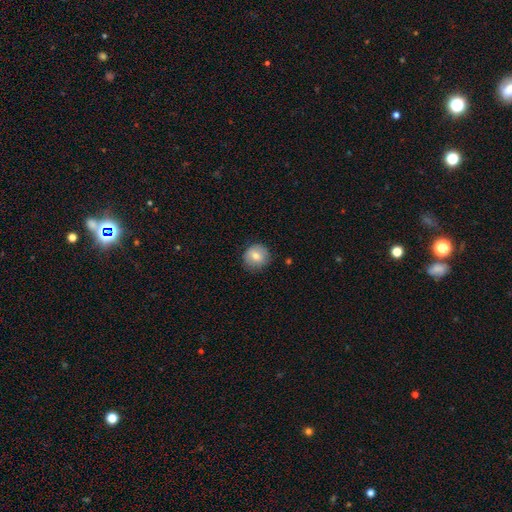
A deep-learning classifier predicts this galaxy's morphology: Smooth or featured?
  - smooth: 74% *
  - featured or disk: 17%
  - star or artifact: 9%
How rounded?
  - round: 90% *
  - in between: 9%
  - cigar-shaped: 1%
Merging?
  - none: 81% *
  - minor disturbance: 15%
  - major disturbance: 3%
  - merger: 1%